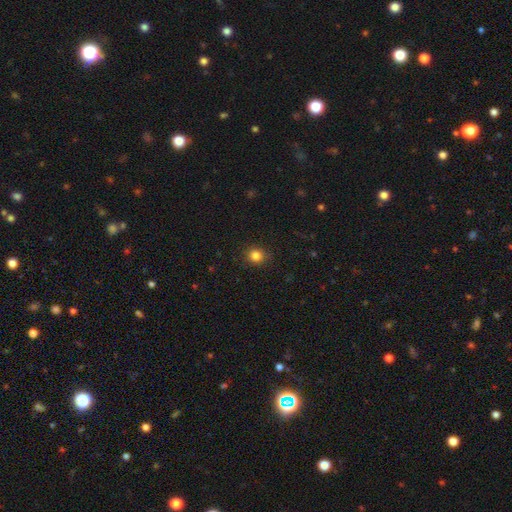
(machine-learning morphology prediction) Smooth or featured? smooth (83%)
How rounded? round (85%)
Merging? none (90%)